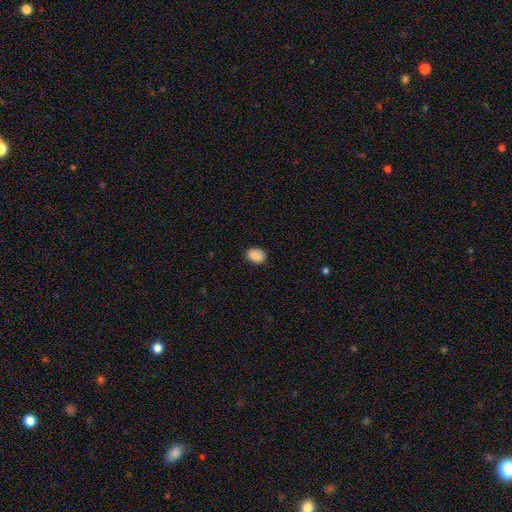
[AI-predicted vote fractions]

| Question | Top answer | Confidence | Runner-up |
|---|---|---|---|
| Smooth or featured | smooth | 89% | star or artifact (8%) |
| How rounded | in between | 66% | round (33%) |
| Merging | none | 87% | minor disturbance (10%) |